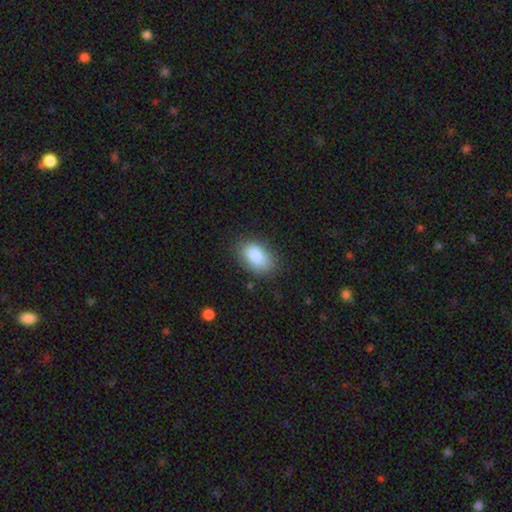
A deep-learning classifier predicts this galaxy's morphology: Q: Smooth or featured?
A: smooth (86%); runner-up: star or artifact (7%)
Q: How rounded?
A: in between (90%); runner-up: round (8%)
Q: Merging?
A: none (81%); runner-up: minor disturbance (14%)